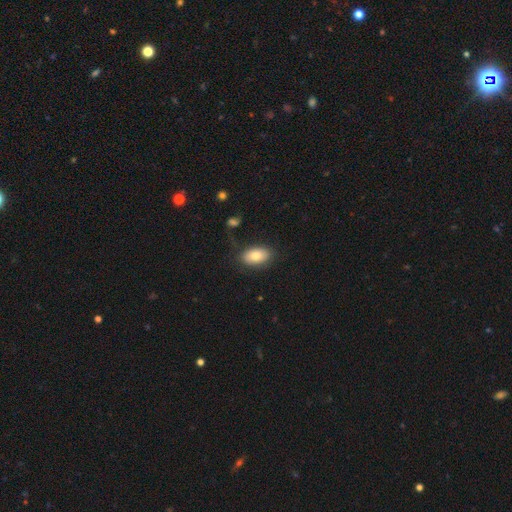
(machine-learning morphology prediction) type=smooth (79%); roundness=in between (92%); merging=none (80%).